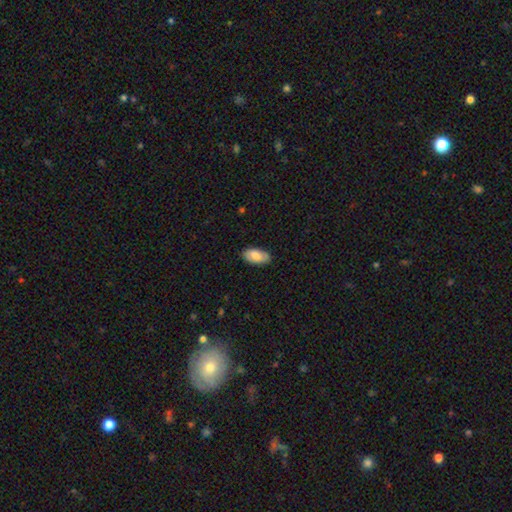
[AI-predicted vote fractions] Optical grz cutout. It shows a smooth galaxy with no disk features (79%) that is in between round and cigar-shaped (94%). Merging: none (85%).